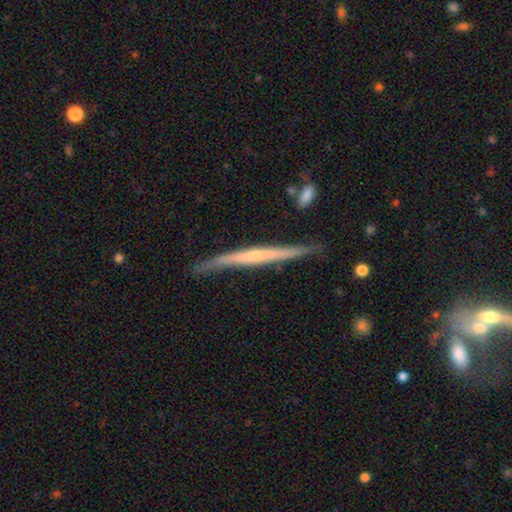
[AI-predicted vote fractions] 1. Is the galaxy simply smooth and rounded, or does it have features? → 65% featured or disk, 30% smooth, 5% star or artifact.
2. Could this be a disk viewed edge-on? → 96% yes, 4% no.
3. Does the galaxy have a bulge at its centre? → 62% none, 28% rounded, 10% boxy.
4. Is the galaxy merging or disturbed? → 79% none, 15% minor disturbance, 3% major disturbance, 2% merger.